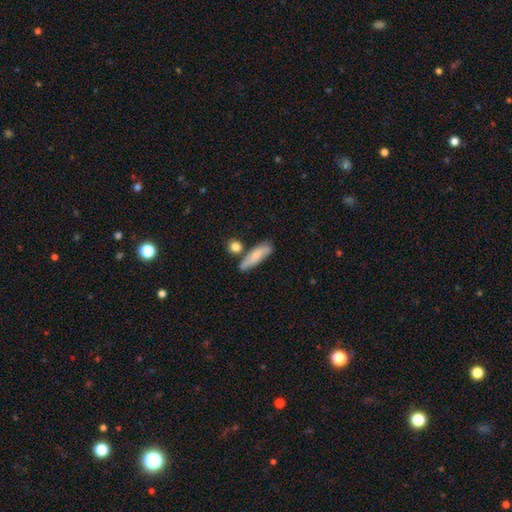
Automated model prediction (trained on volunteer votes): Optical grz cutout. It shows a smooth galaxy with no disk features (69%) that is cigar-shaped (59%). Merging: none (62%).